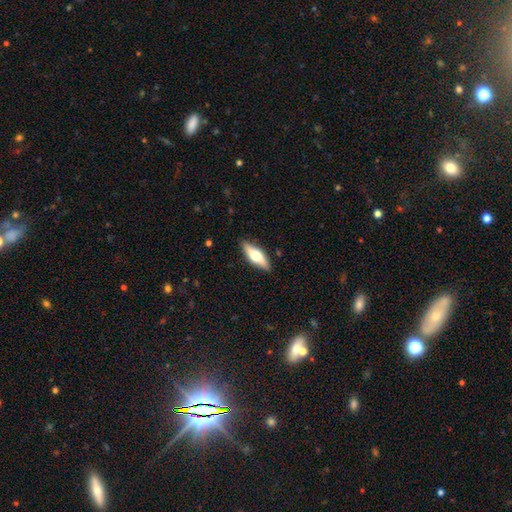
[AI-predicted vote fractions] smooth_or_featured: featured or disk (p=0.48) [alt: smooth p=0.46]
merging: none (p=0.87) [alt: minor disturbance p=0.10]